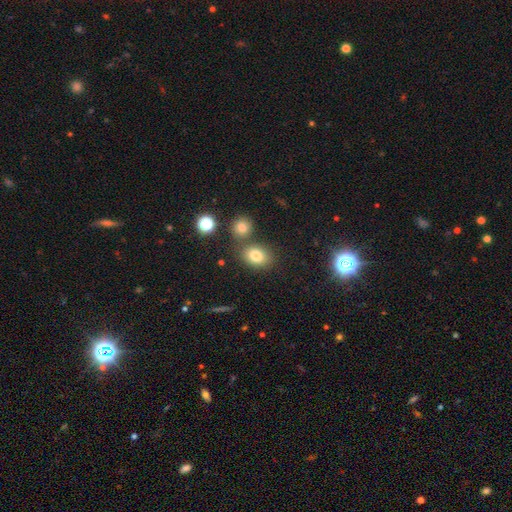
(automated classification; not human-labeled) Overall: smooth (79%). How rounded: in between (59%; round 40%). Merging: none (69%).